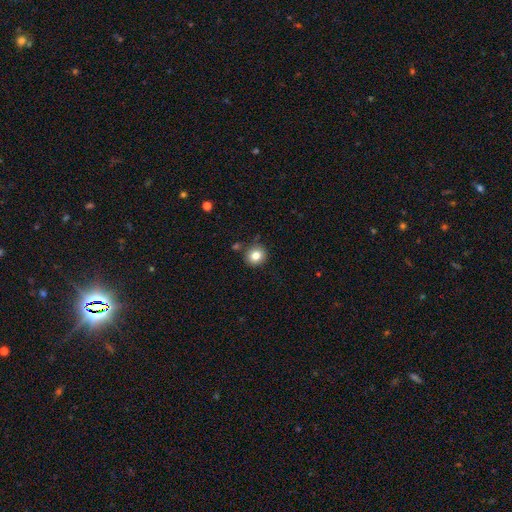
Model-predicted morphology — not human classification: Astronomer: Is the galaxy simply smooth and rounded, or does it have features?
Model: smooth — 81%.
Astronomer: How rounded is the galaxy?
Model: round — 88%.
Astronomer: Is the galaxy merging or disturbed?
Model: none — 85%.